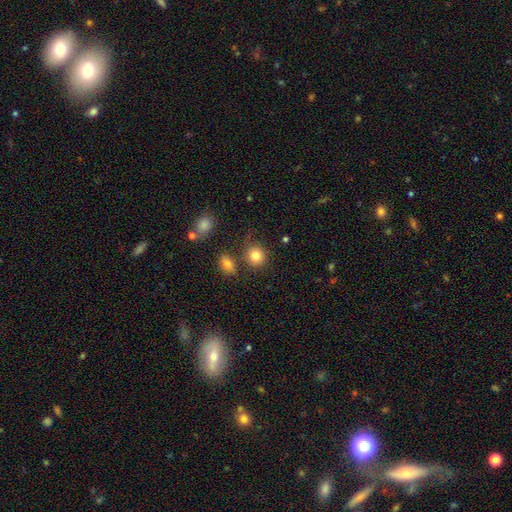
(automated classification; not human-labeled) Morphology: type=smooth (83%); roundness=round (82%); merging=none (73%).